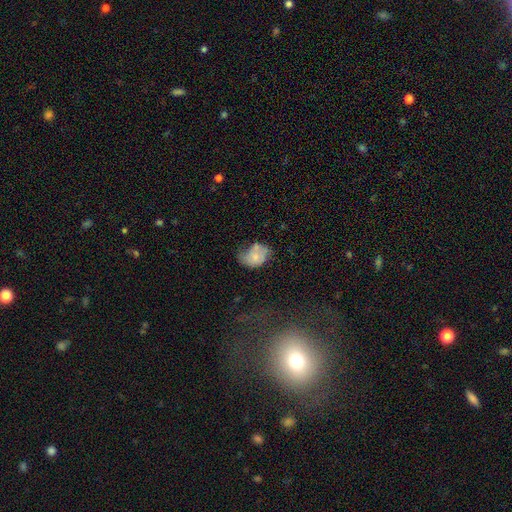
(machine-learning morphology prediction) This is possibly a smooth galaxy (60%). How rounded: likely in between (68%). Merging: marginally minor disturbance (34%).